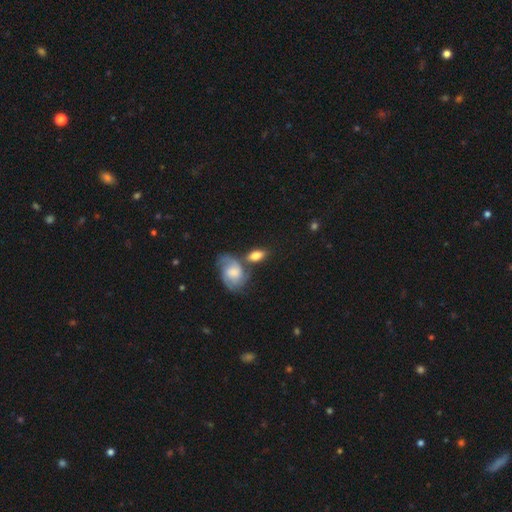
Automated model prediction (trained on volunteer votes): Smooth or featured?
  - smooth: 67% *
  - featured or disk: 26%
  - star or artifact: 7%
How rounded?
  - in between: 85% *
  - round: 10%
  - cigar-shaped: 5%
Merging?
  - none: 52% *
  - merger: 25%
  - minor disturbance: 17%
  - major disturbance: 6%